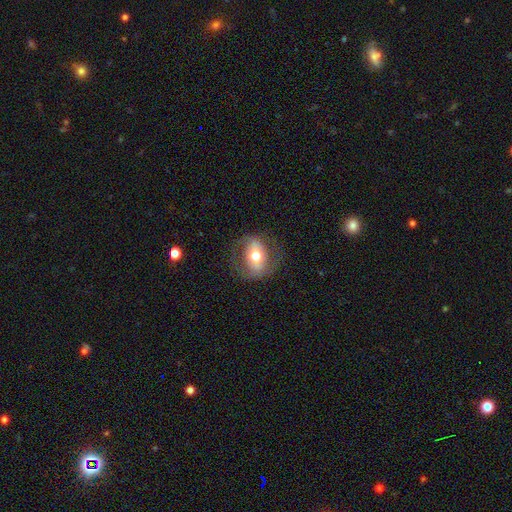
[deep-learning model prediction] This is possibly a featured or disk galaxy (52%). It is clearly not viewed edge-on (91%). Merging: likely none (72%).